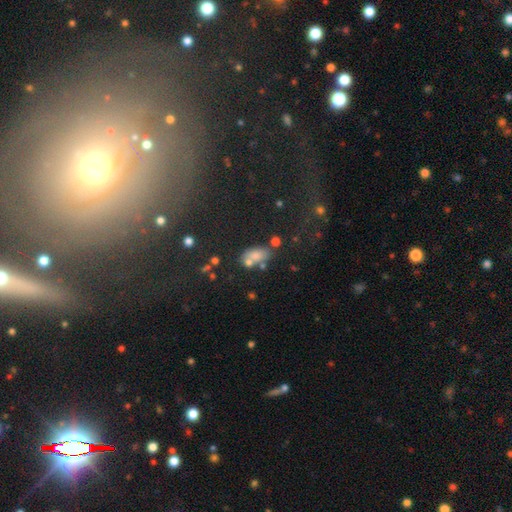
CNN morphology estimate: type=smooth (69%); roundness=in between (84%); merging=none (52%).